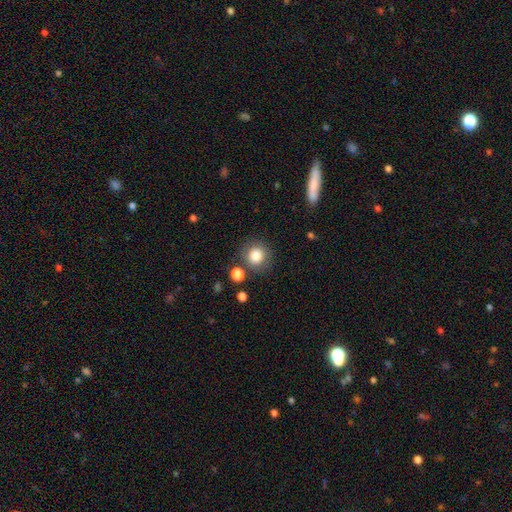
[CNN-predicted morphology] type=smooth (82%); roundness=round (90%); merging=none (81%).